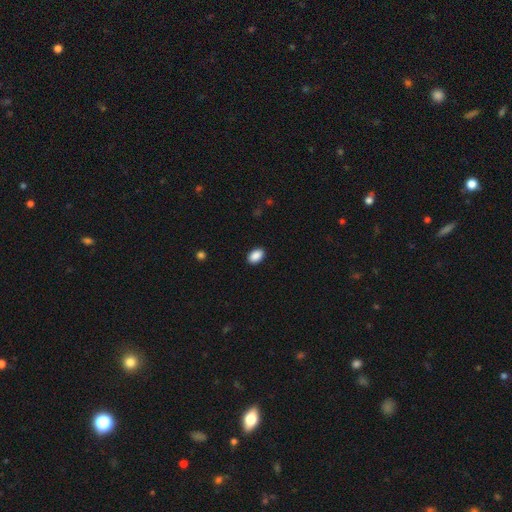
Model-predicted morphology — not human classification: Q: Smooth or featured?
A: smooth (90%); runner-up: star or artifact (8%)
Q: How rounded?
A: in between (85%); runner-up: round (13%)
Q: Merging?
A: none (90%); runner-up: minor disturbance (7%)